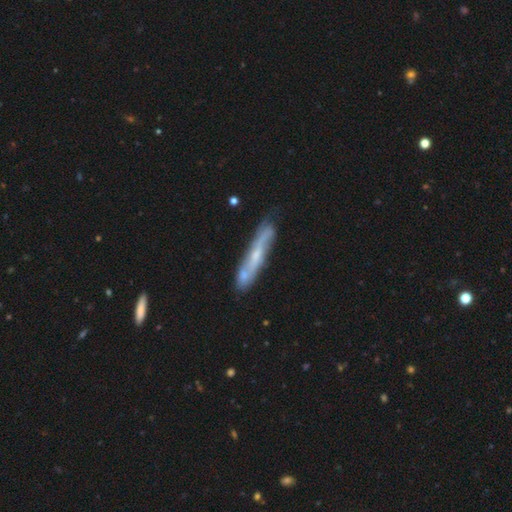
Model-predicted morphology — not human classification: Smooth or featured? featured or disk (65%)
Edge-on disk? yes (60%)
Merging? none (70%)